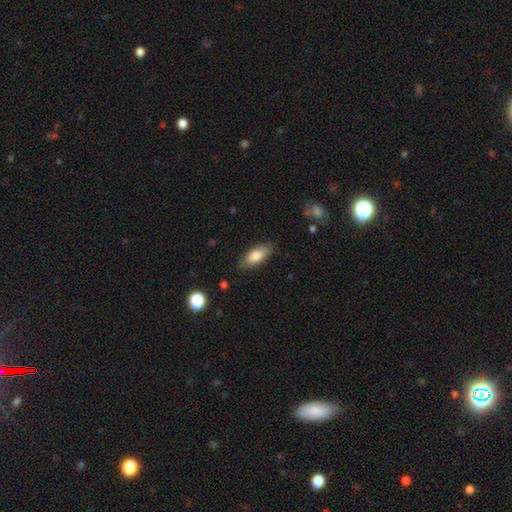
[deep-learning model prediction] Smooth or featured?
  - smooth: 83% *
  - featured or disk: 11%
  - star or artifact: 6%
How rounded?
  - in between: 83% *
  - cigar-shaped: 15%
  - round: 2%
Merging?
  - none: 81% *
  - minor disturbance: 14%
  - major disturbance: 3%
  - merger: 1%